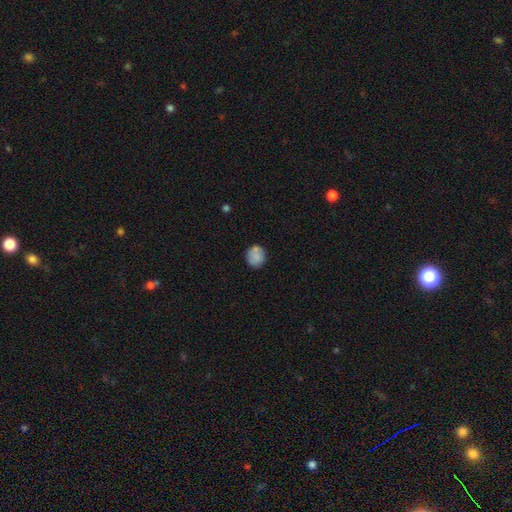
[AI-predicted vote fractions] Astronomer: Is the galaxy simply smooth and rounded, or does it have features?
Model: smooth — 82%.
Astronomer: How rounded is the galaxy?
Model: round — 84%.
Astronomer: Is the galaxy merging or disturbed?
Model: none — 75%.